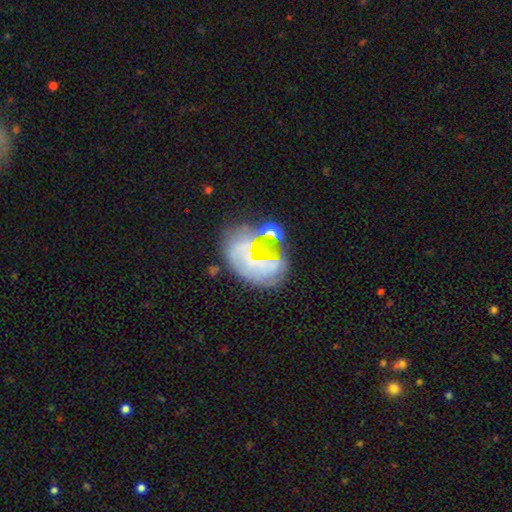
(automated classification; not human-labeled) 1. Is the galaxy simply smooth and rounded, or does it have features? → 56% featured or disk, 26% smooth, 18% star or artifact.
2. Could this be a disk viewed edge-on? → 97% no, 3% yes.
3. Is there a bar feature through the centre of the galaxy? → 64% no, 22% weak, 14% strong.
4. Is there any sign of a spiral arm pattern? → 69% no, 31% yes.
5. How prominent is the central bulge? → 59% none, 29% small, 9% moderate, 2% large, 2% dominant.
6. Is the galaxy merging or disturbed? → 32% none, 31% major disturbance, 19% minor disturbance, 18% merger.